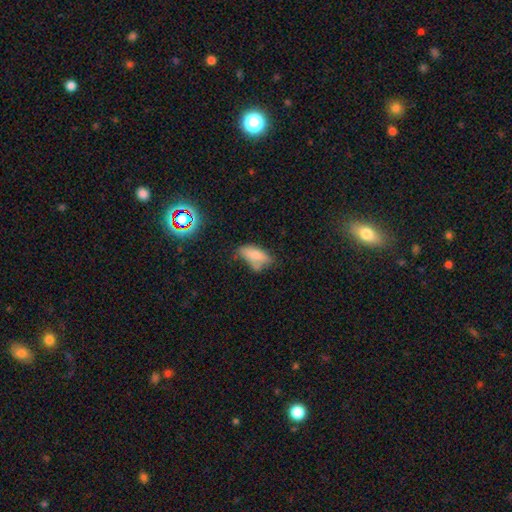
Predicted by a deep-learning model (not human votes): Morphology: type=smooth (72%); roundness=in between (78%); merging=none (41%).